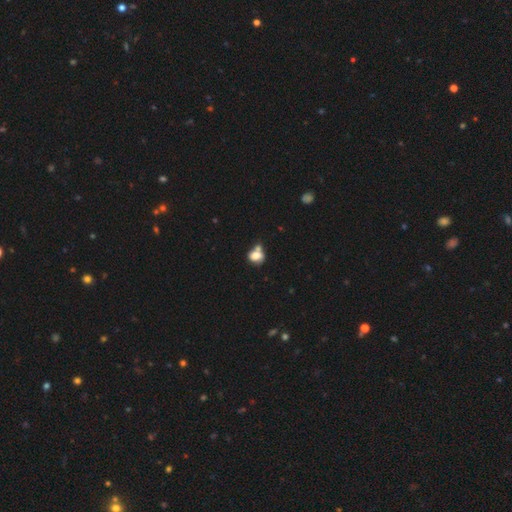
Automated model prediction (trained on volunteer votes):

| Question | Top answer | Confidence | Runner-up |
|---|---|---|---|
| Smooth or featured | smooth | 76% | featured or disk (14%) |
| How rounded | round | 54% | in between (44%) |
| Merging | none | 38% | tied: merger (38%) |